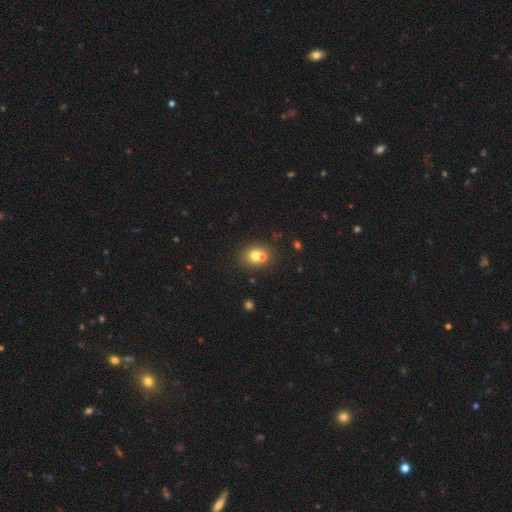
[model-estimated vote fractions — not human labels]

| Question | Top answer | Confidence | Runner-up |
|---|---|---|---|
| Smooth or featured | smooth | 70% | featured or disk (16%) |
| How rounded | round | 71% | in between (28%) |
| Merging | none | 48% | merger (42%) |